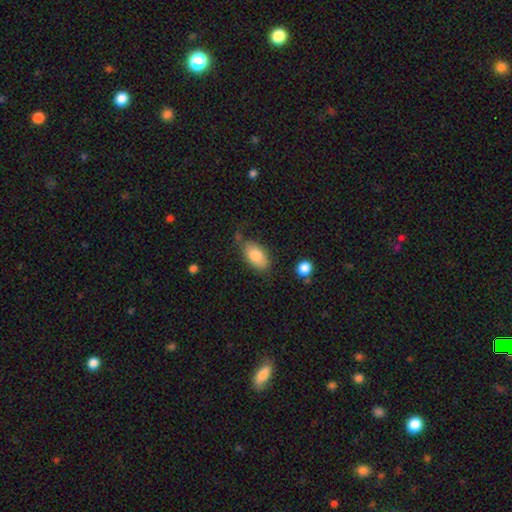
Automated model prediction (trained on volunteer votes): Overall: smooth (82%). How rounded: in between (92%). Merging: none (64%).